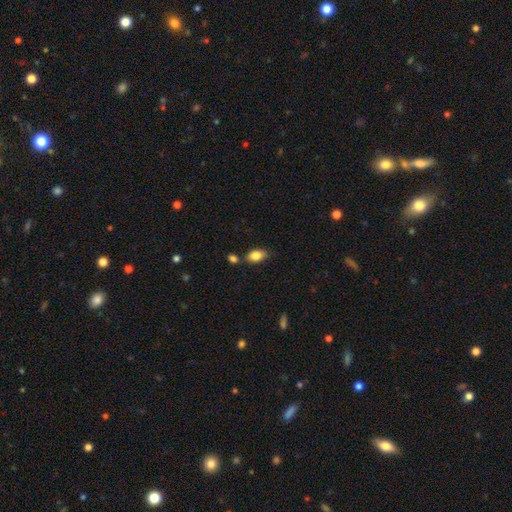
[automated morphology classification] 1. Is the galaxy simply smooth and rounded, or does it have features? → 84% smooth, 8% featured or disk, 8% star or artifact.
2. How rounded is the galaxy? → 87% in between, 10% round, 2% cigar-shaped.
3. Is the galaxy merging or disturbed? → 72% none, 15% minor disturbance, 10% merger, 3% major disturbance.